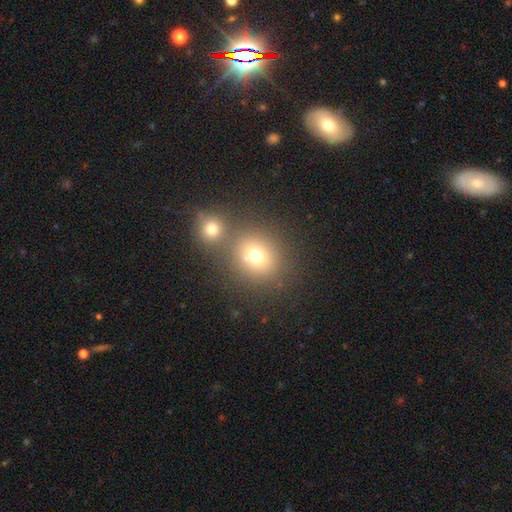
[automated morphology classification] This appears to be a smooth galaxy with no disk features (72%) that is round (81%). Merging: none (56%).